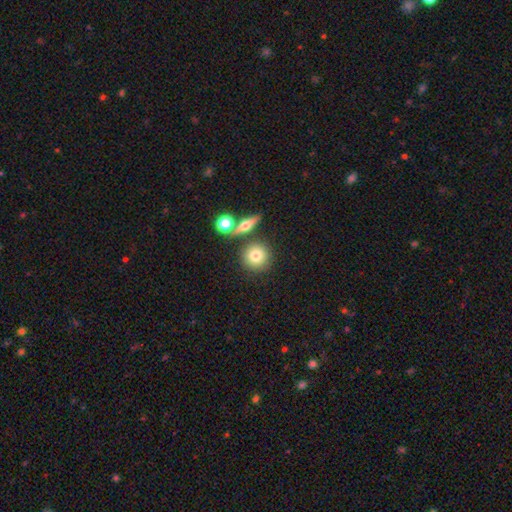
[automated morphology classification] A smooth galaxy with no disk features (76%) that is round (90%).

Vote fractions:
- Smooth or featured? smooth: 76% / featured or disk: 14% / star or artifact: 10%
- How rounded? round: 90% / in between: 8% / cigar-shaped: 2%
- Merging? none: 75% / merger: 13% / minor disturbance: 8% / major disturbance: 3%